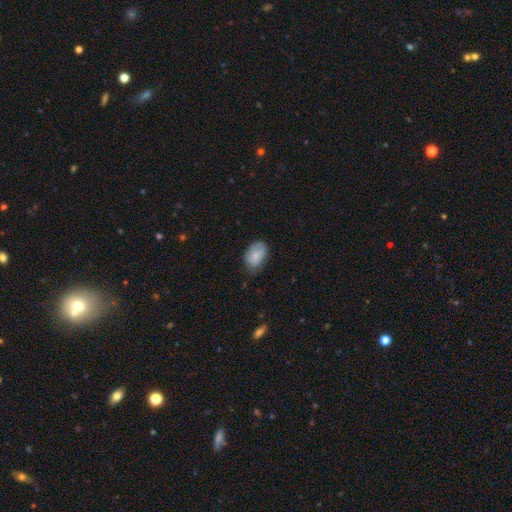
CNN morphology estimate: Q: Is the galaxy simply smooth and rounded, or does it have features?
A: smooth — 78%.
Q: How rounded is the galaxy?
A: in between — 86%.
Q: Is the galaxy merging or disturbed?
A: none — 58%.